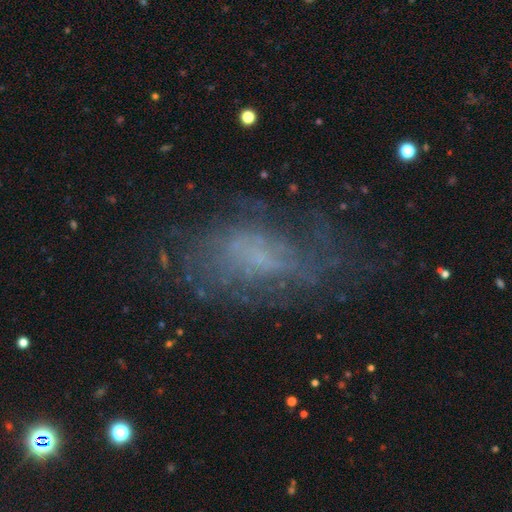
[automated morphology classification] This appears to be a featured or disk galaxy (57%) with no bar (68%), spiral arms (57%) and no central bulge (45%). Merging: none (58%).